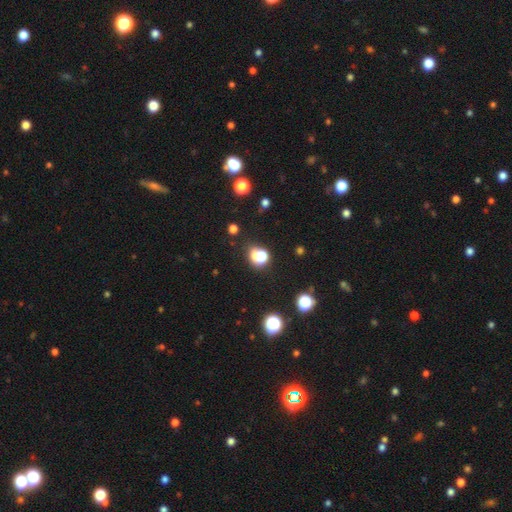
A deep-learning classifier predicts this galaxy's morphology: type=smooth (66%); roundness=round (69%); merging=none (46%).